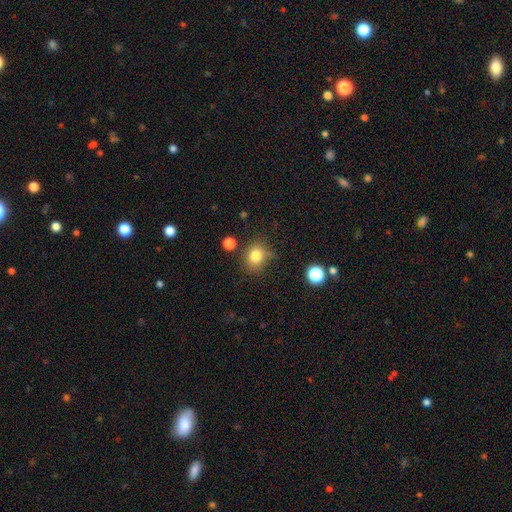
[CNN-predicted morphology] Smooth or featured? Predicted: smooth (p=0.80). How rounded? Predicted: round (p=0.69). Merging? Predicted: none (p=0.70).